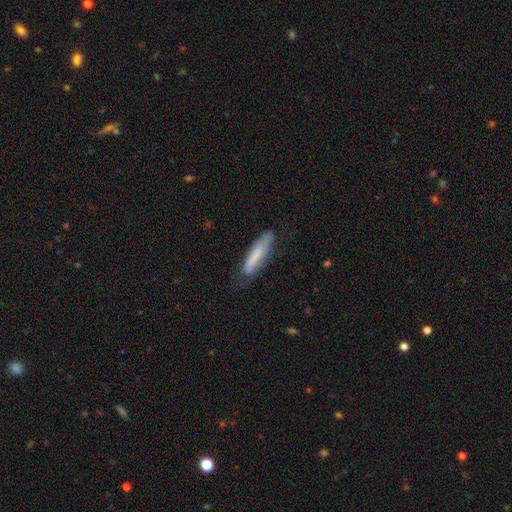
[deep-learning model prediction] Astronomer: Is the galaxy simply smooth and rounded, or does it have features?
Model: smooth — 69%.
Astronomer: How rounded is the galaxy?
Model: cigar-shaped — 77%.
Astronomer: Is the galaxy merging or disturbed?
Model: none — 64%.